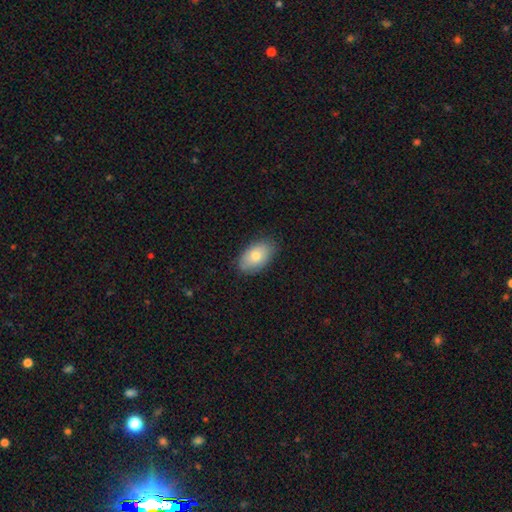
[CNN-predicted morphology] Smooth or featured? smooth (78%)
How rounded? in between (92%)
Merging? none (83%)